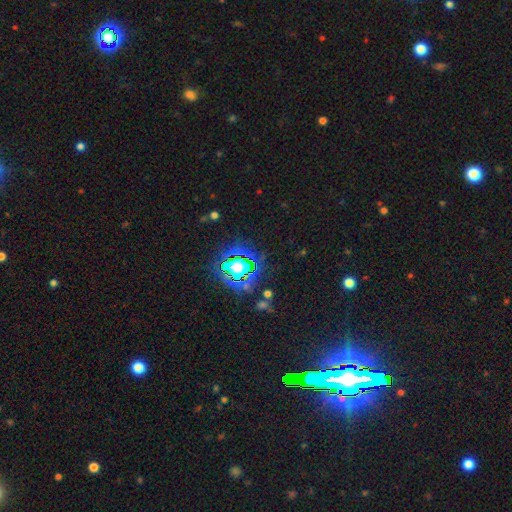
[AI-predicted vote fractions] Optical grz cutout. It shows a star or artifact, not a galaxy (83%).